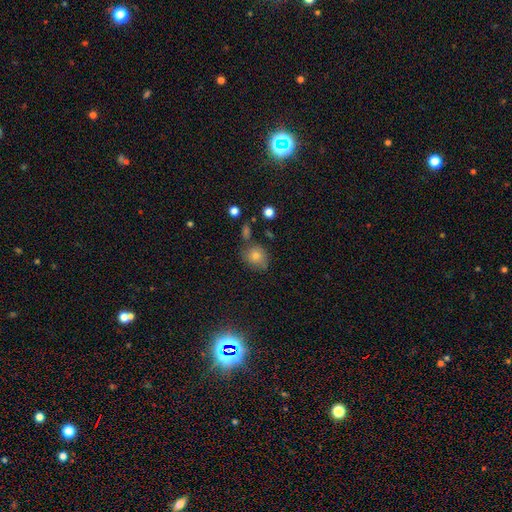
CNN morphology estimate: The model was most divided on "how rounded": round: 69%, in between: 29%, cigar-shaped: 1%. More confident: merging — none (65%); smooth or featured — smooth (64%).